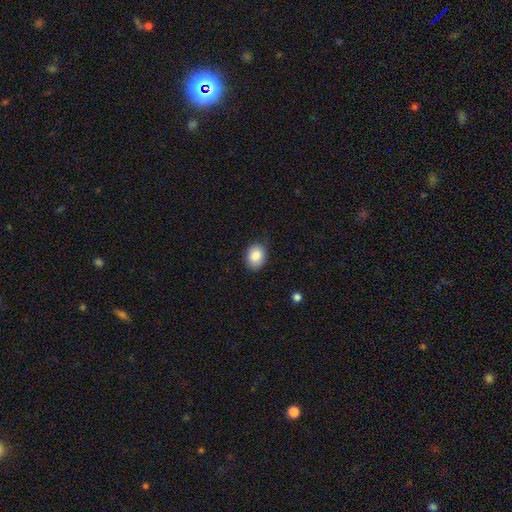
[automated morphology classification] A smooth galaxy with no disk features (86%) that is in between round and cigar-shaped (68%). Merging: none (83%).